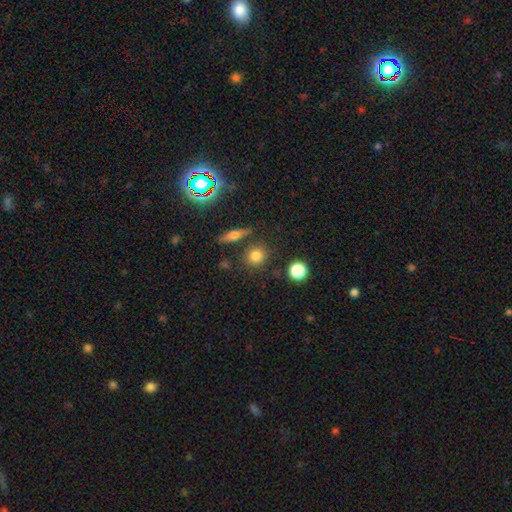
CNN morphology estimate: smooth-or-featured: smooth: 79% | star or artifact: 12% | featured or disk: 9%
  how-rounded: round: 85% | in between: 13% | cigar-shaped: 2%
  merging: none: 80% | minor disturbance: 9% | merger: 7% | major disturbance: 3%